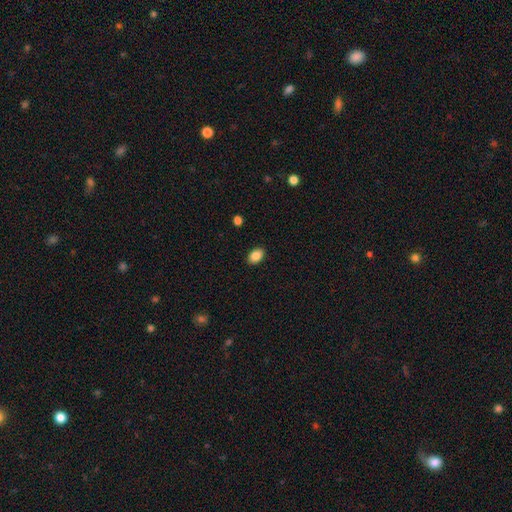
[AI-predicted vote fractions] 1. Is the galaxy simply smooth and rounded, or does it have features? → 87% smooth, 8% star or artifact, 5% featured or disk.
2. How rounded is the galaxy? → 86% in between, 13% round, 1% cigar-shaped.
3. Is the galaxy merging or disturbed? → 89% none, 8% minor disturbance, 2% major disturbance, 1% merger.